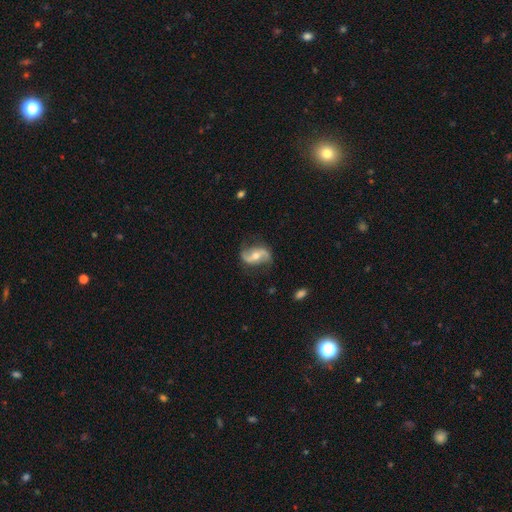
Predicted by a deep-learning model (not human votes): Q: Smooth or featured?
A: featured or disk (85%); runner-up: smooth (10%)
Q: Edge-on disk?
A: no (95%); runner-up: yes (5%)
Q: Bar?
A: no (41%); runner-up: weak (32%)
Q: Spiral arms?
A: yes (94%); runner-up: no (6%)
Q: Spiral winding?
A: loose (76%); runner-up: medium (18%)
Q: Spiral arm count?
A: 2 (93%); runner-up: can't tell (2%)
Q: Bulge size?
A: moderate (66%); runner-up: small (28%)
Q: Merging?
A: none (79%); runner-up: minor disturbance (15%)